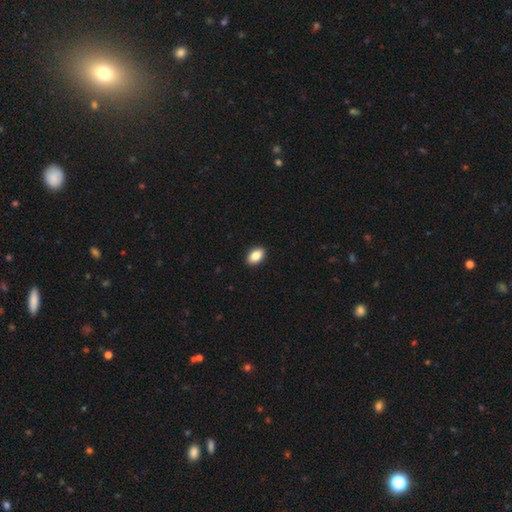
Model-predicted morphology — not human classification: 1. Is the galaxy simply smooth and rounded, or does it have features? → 86% smooth, 7% star or artifact, 6% featured or disk.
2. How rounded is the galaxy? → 91% in between, 7% round, 2% cigar-shaped.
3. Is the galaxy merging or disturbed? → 92% none, 6% minor disturbance, 1% major disturbance, 1% merger.